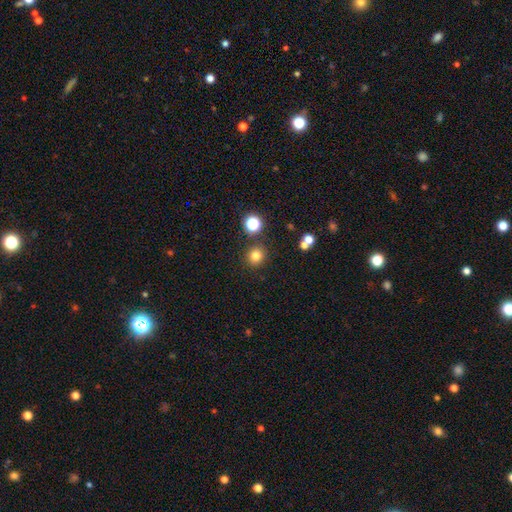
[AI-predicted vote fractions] smooth-or-featured: smooth: 79% | star or artifact: 15% | featured or disk: 6%
  how-rounded: round: 91% | in between: 8% | cigar-shaped: 1%
  merging: none: 87% | minor disturbance: 6% | merger: 4% | major disturbance: 3%